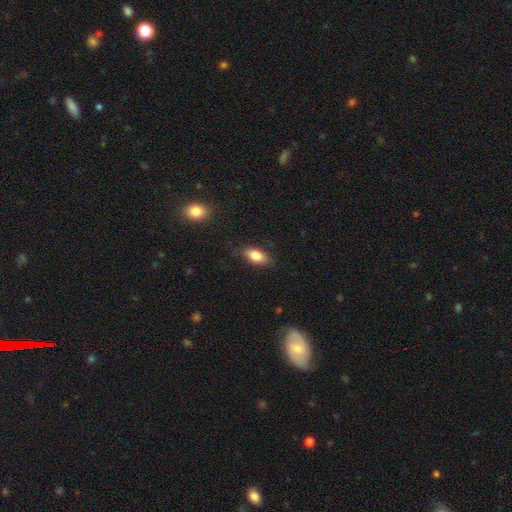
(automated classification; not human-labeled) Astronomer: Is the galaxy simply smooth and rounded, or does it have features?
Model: smooth — 81%.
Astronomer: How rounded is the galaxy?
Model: in between — 86%.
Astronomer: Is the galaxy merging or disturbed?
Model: none — 82%.